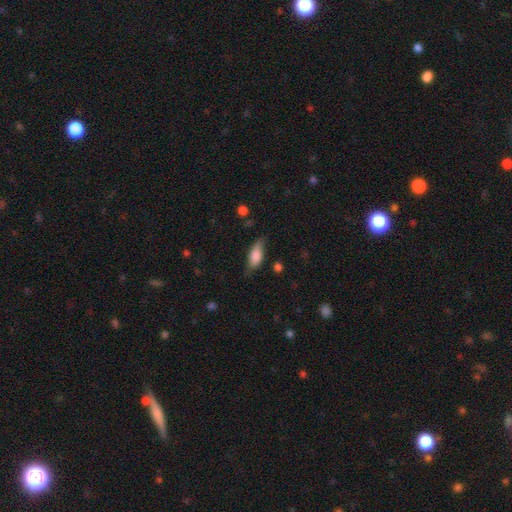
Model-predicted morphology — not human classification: type=smooth (75%); roundness=in between (74%); merging=none (60%).